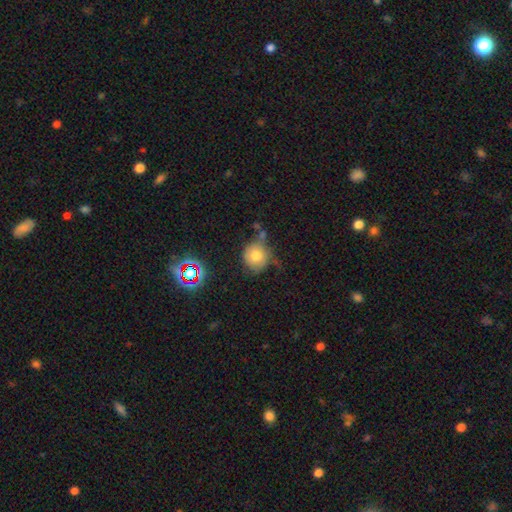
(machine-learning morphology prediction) A smooth galaxy with no disk features (73%) that is round (88%). Merging: none (55%).